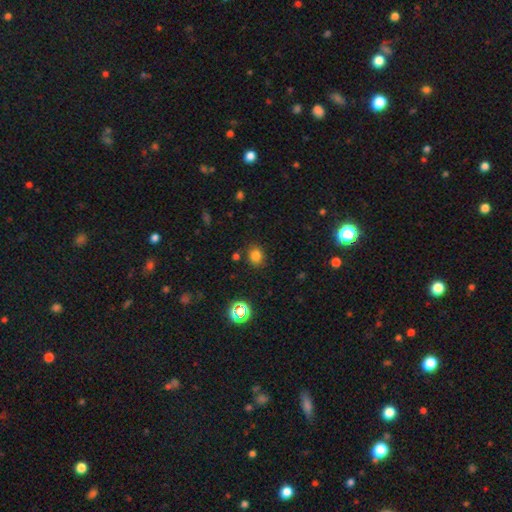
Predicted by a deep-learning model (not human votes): This is likely a smooth galaxy (77%). How rounded: likely round (66%). Merging: clearly none (82%).